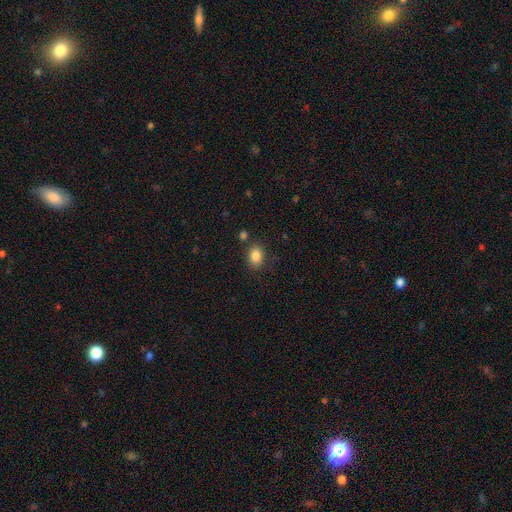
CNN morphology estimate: Smooth or featured: smooth — 86% (star or artifact — 9%)
How rounded: in between — 73% (round — 26%)
Merging: none — 80% (minor disturbance — 11%)